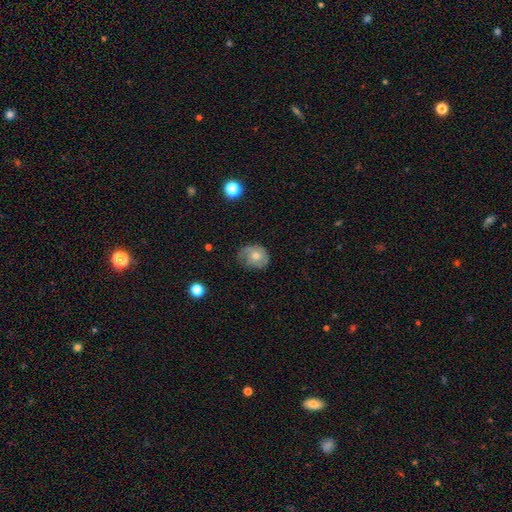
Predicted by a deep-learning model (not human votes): Smooth or featured? smooth (48%)
Merging? none (60%)